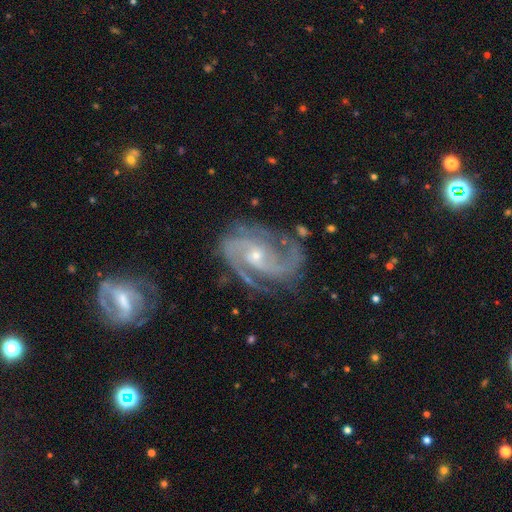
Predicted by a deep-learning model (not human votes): smooth-or-featured: featured or disk: 91% | star or artifact: 6% | smooth: 3%
  disk-edge-on: no: 97% | yes: 3%
    bar: no: 52% | weak: 34% | strong: 14%
    has-spiral-arms: yes: 98% | no: 2%
      spiral-winding: medium: 52% | tight: 35% | loose: 13%
      spiral-arm-count: 2: 58% | 3: 21% | can't tell: 8% | 4: 5% | 1: 4% | more than 4: 4%
    bulge-size: small: 65% | moderate: 31% | none: 1% | large: 1% | dominant: 1%
  merging: none: 67% | minor disturbance: 20% | major disturbance: 10% | merger: 4%